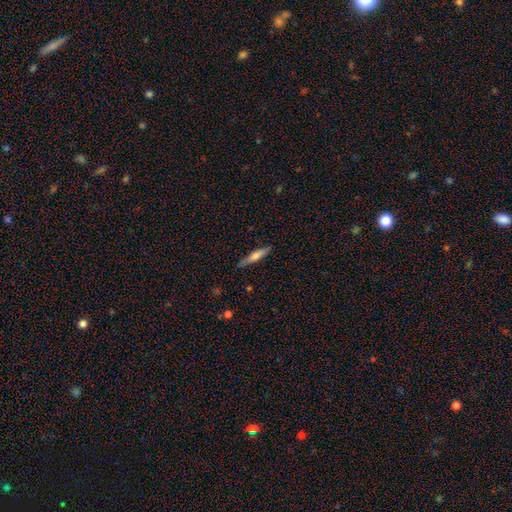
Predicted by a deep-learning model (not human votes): A smooth galaxy with no disk features (57%) that is cigar-shaped (86%).

Vote fractions:
- Smooth or featured? smooth: 57% / featured or disk: 37% / star or artifact: 6%
- How rounded? cigar-shaped: 86% / in between: 12% / round: 2%
- Merging? none: 87% / minor disturbance: 10% / major disturbance: 2% / merger: 1%